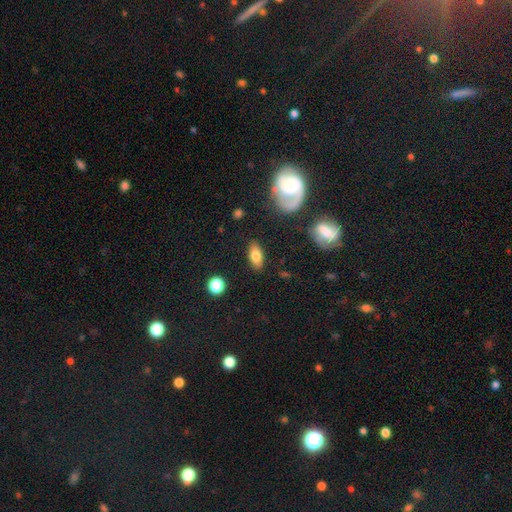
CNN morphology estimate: Smooth or featured?
  - smooth: 74% *
  - featured or disk: 18%
  - star or artifact: 8%
How rounded?
  - in between: 85% *
  - cigar-shaped: 10%
  - round: 5%
Merging?
  - none: 85% *
  - minor disturbance: 10%
  - major disturbance: 3%
  - merger: 2%